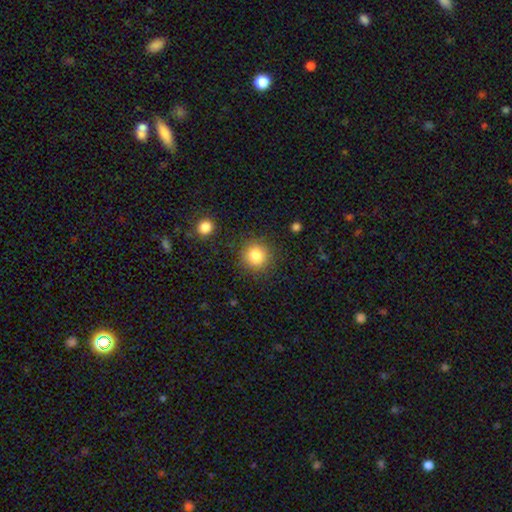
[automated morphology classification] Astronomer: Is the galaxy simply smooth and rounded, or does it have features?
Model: smooth — 83%.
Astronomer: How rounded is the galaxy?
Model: round — 93%.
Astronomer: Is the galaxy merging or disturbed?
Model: none — 87%.